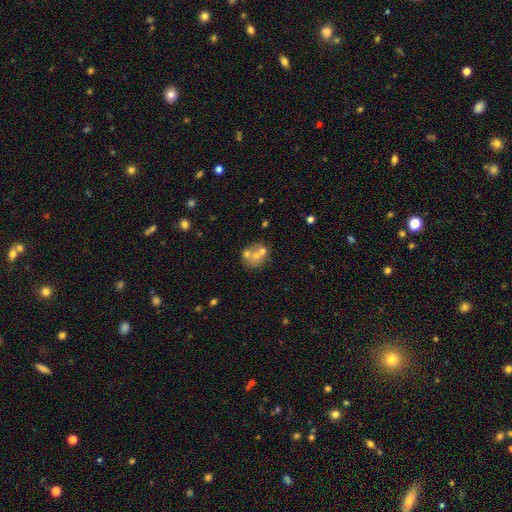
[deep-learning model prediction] This is possibly a smooth galaxy (49%). Merging: marginally merger (42%).